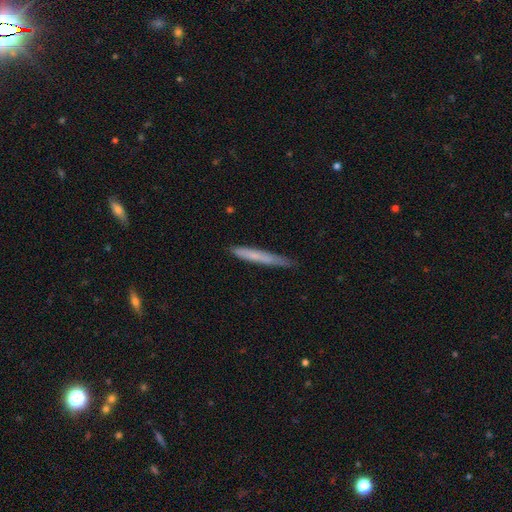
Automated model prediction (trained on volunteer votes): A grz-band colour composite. It shows a smooth galaxy with no disk features (63%) that is cigar-shaped (96%). Merging: none (79%).